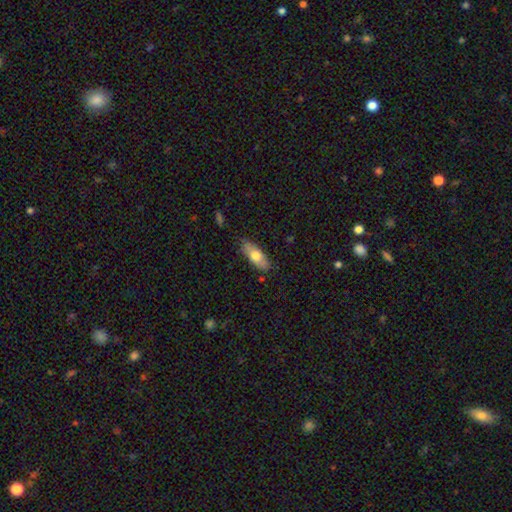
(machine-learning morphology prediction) Q: Smooth or featured?
A: smooth (69%); runner-up: featured or disk (25%)
Q: How rounded?
A: in between (72%); runner-up: cigar-shaped (26%)
Q: Merging?
A: none (83%); runner-up: minor disturbance (13%)